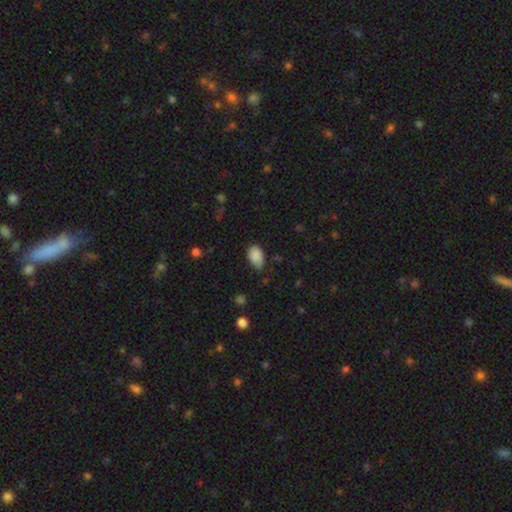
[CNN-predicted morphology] type=smooth (86%); roundness=in between (88%); merging=none (54%).